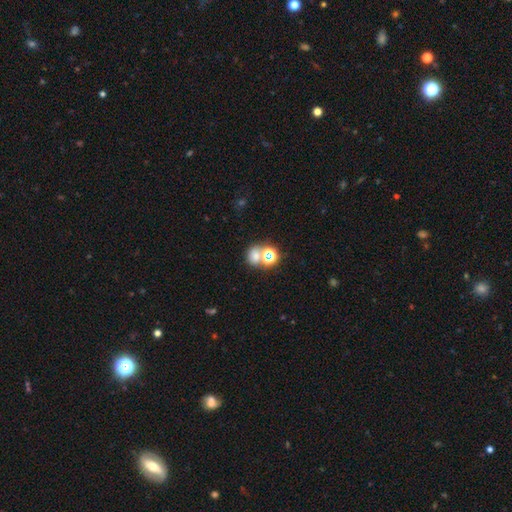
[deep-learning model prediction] Morphology: type=smooth (60%); roundness=round (63%); merging=none (48%).